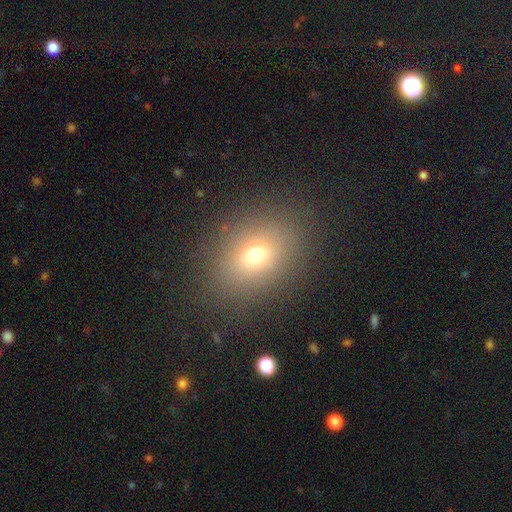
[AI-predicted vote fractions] A smooth galaxy with no disk features (68%) that is in between round and cigar-shaped (66%). Merging: none (83%).